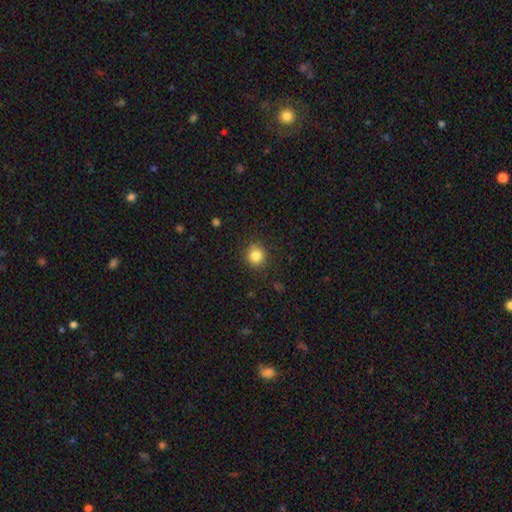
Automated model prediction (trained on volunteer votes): Overall: smooth (83%). How rounded: round (91%). Merging: none (88%).